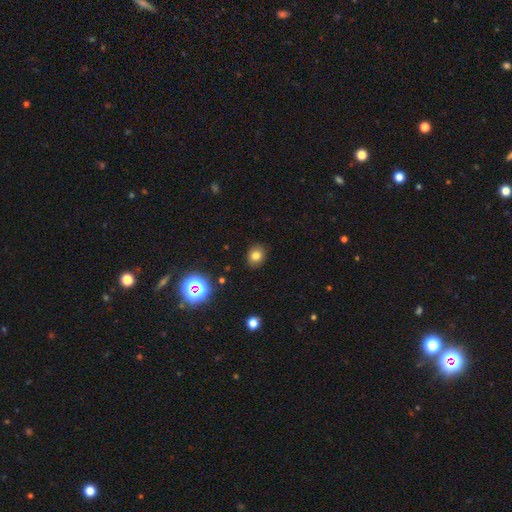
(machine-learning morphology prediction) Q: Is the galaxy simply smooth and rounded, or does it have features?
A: smooth — 78%.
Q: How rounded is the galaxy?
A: round — 61%.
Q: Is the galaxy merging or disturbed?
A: none — 89%.